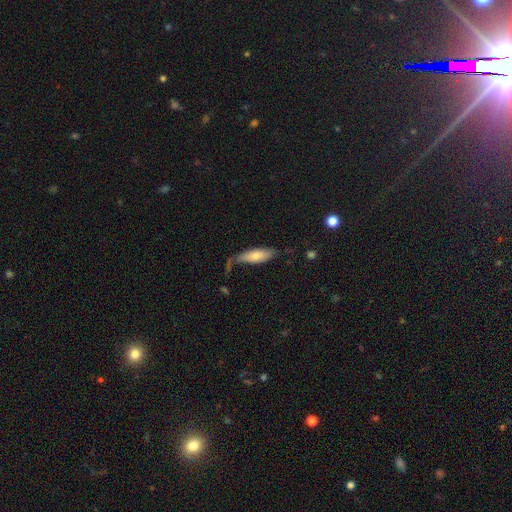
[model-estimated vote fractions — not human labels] Overall: smooth (73%). How rounded: in between (56%; cigar-shaped 42%). Merging: none (51%; minor disturbance 29%).